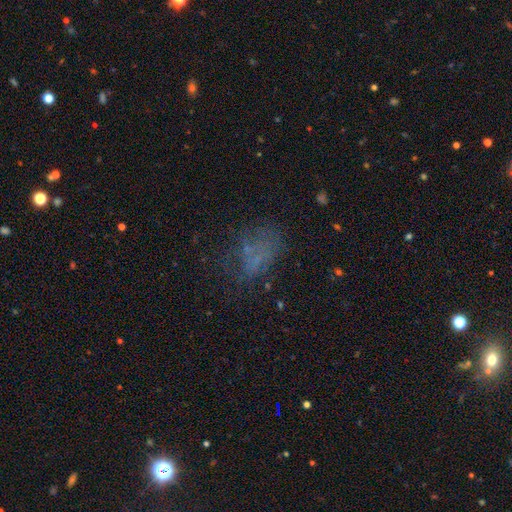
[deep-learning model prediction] Smooth or featured?
  - smooth: 45% *
  - star or artifact: 31%
  - featured or disk: 25%
Merging?
  - none: 55% *
  - major disturbance: 22%
  - minor disturbance: 19%
  - merger: 4%